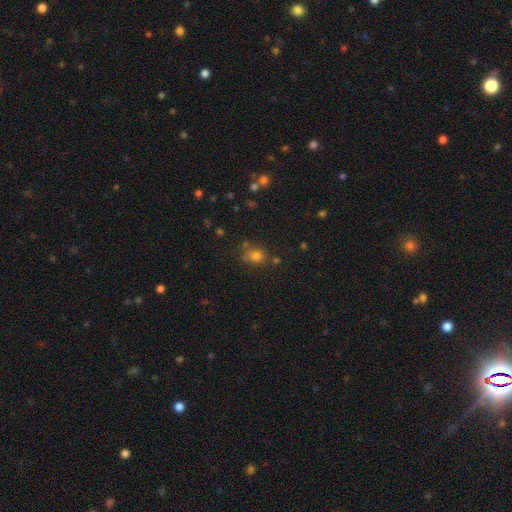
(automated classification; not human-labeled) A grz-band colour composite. It shows a smooth galaxy with no disk features (74%) that is round (70%). Merging: none (63%).